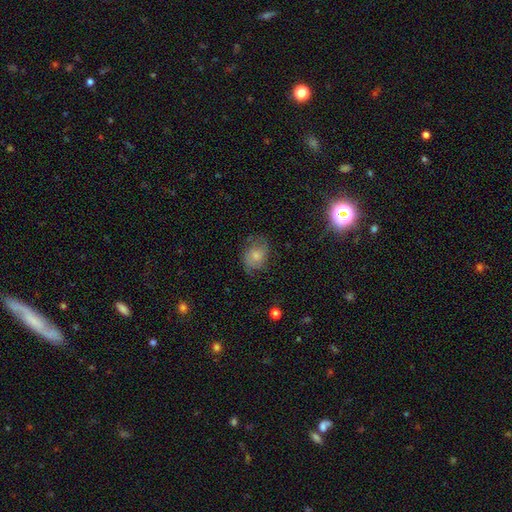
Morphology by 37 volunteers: smooth 76%, featured or disk 22%, star or artifact 3%. Down the decision tree: how rounded — round (50%); merging — none (56%).